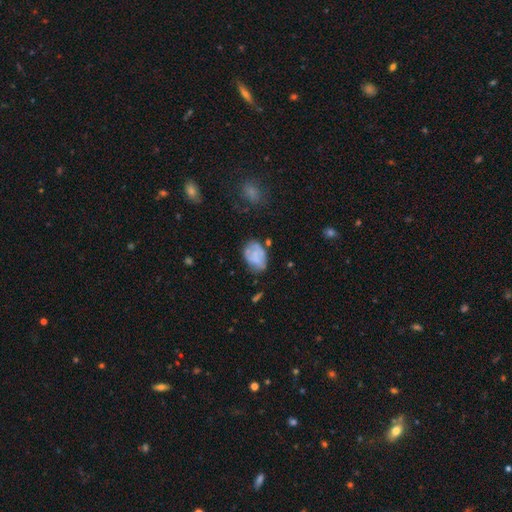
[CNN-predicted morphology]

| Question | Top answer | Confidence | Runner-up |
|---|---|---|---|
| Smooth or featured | smooth | 54% | featured or disk (37%) |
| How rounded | in between | 78% | round (21%) |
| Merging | none | 49% | minor disturbance (30%) |